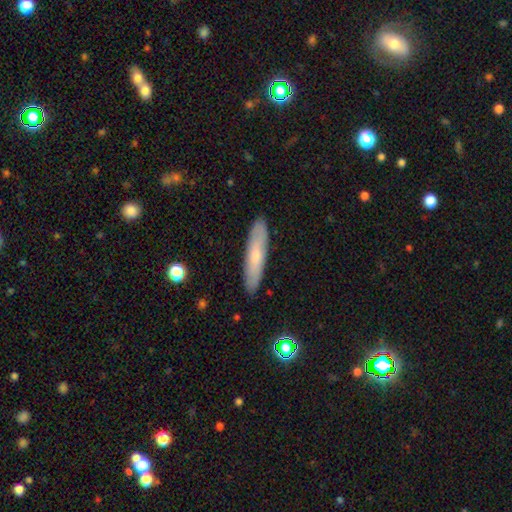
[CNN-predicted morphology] type=smooth (62%); roundness=cigar-shaped (83%); merging=none (89%).